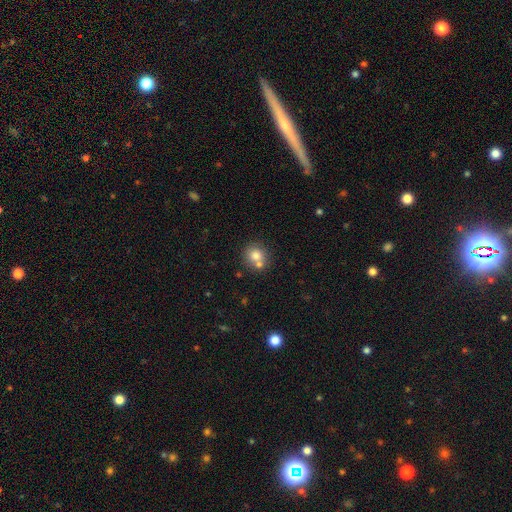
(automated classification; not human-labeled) Smooth or featured: smooth — 77% (featured or disk — 12%)
How rounded: round — 85% (in between — 14%)
Merging: none — 58% (merger — 29%)